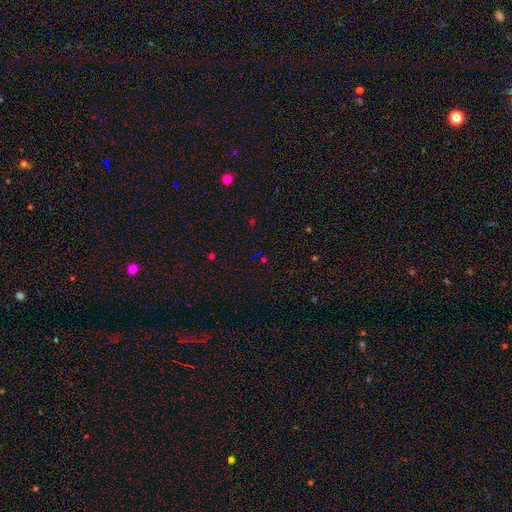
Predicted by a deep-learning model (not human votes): The model was most divided on "smooth or featured": star or artifact: 70%, smooth: 21%, featured or disk: 9%.